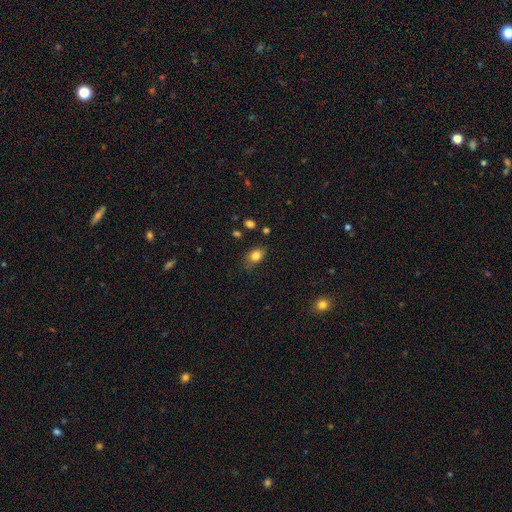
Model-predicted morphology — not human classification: type=smooth (83%); roundness=in between (70%); merging=none (75%).